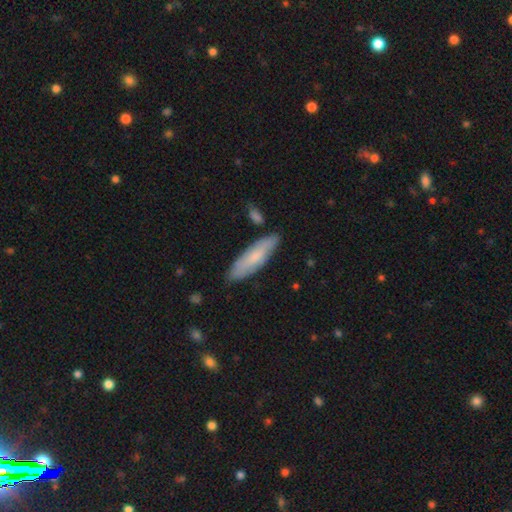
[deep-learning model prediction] A smooth galaxy with no disk features (70%) that is cigar-shaped (58%).

Vote fractions:
- Smooth or featured? smooth: 70% / featured or disk: 25% / star or artifact: 5%
- How rounded? cigar-shaped: 58% / in between: 40% / round: 2%
- Merging? none: 80% / minor disturbance: 14% / merger: 3% / major disturbance: 3%